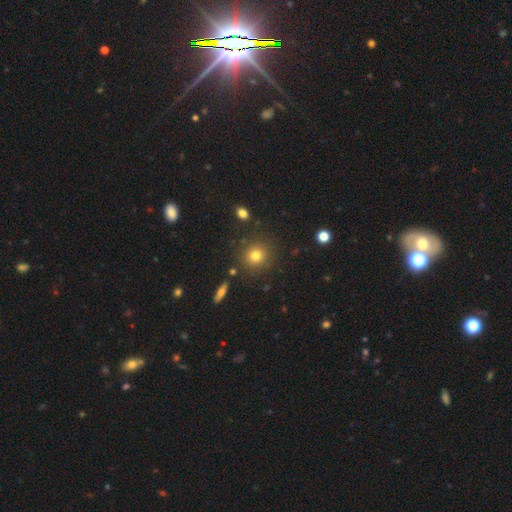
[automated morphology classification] A smooth galaxy with no disk features (78%) that is round (90%).

Vote fractions:
- Smooth or featured? smooth: 78% / star or artifact: 13% / featured or disk: 9%
- How rounded? round: 90% / in between: 9% / cigar-shaped: 1%
- Merging? none: 86% / minor disturbance: 8% / merger: 3% / major disturbance: 3%